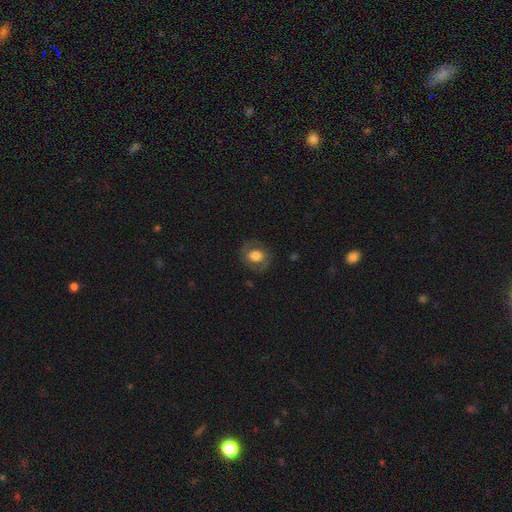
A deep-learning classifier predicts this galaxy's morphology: Smooth or featured: smooth — 61% (featured or disk — 31%)
How rounded: round — 53% (in between — 45%)
Merging: none — 76% (minor disturbance — 14%)